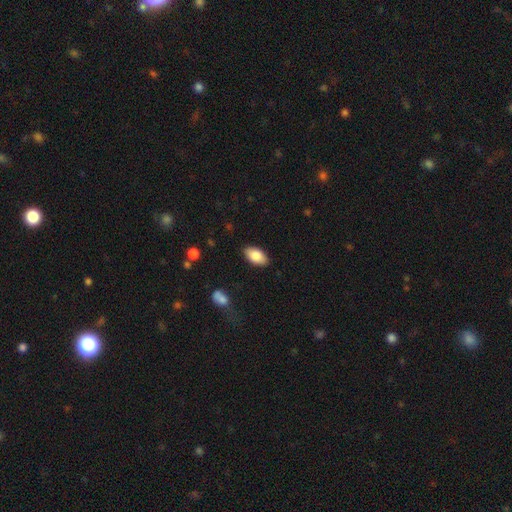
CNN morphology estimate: Smooth or featured: smooth — 84% (featured or disk — 9%)
How rounded: in between — 94% (round — 4%)
Merging: none — 87% (minor disturbance — 9%)